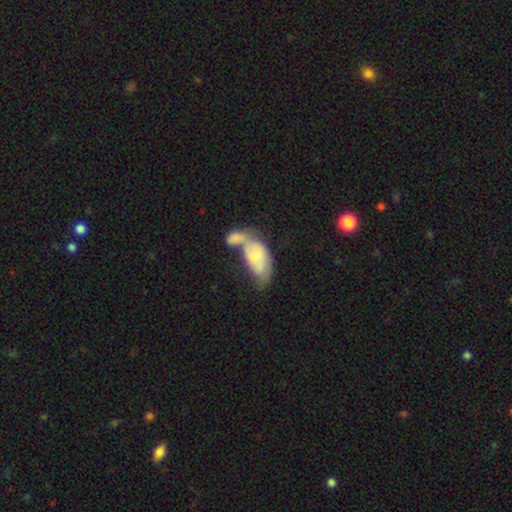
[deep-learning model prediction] smooth_or_featured: smooth (p=0.56) [alt: featured or disk p=0.38]
how_rounded: in between (p=0.93) [alt: cigar-shaped p=0.04]
merging: merger (p=0.63) [alt: none p=0.13]